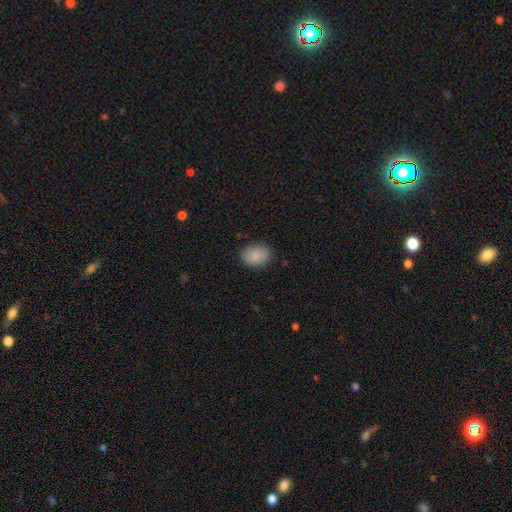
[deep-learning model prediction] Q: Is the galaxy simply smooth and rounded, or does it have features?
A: smooth — 86%.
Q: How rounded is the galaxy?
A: in between — 64%.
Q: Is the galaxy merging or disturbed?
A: none — 83%.